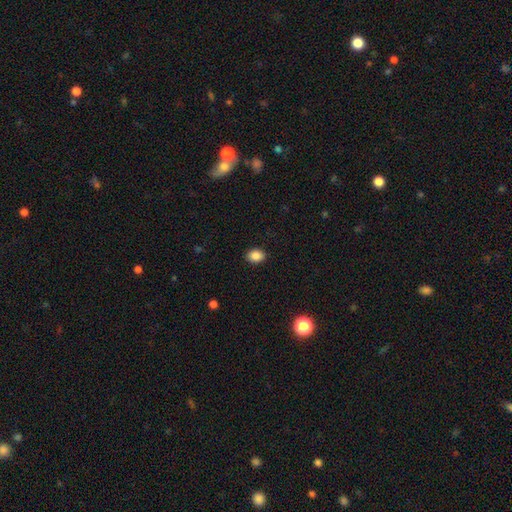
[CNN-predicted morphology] Overall: smooth (87%). How rounded: in between (67%; round 32%). Merging: none (89%).